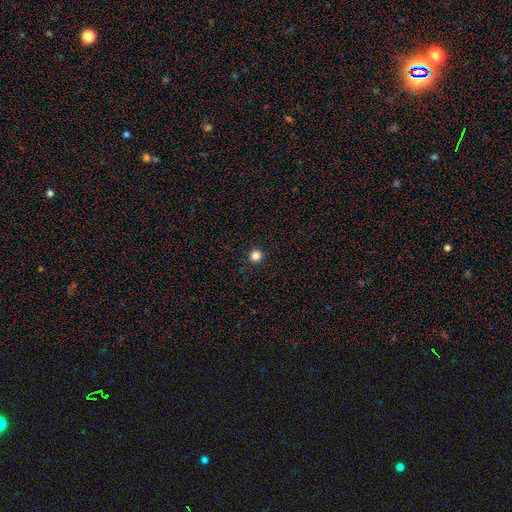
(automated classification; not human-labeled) Overall: smooth (85%). How rounded: round (96%). Merging: none (93%).